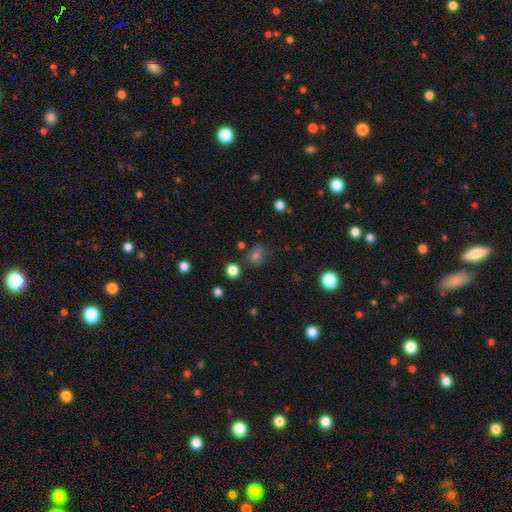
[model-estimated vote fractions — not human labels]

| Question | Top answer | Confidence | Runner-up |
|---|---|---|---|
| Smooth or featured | smooth | 64% | star or artifact (24%) |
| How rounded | round | 60% | in between (39%) |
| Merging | none | 62% | minor disturbance (22%) |